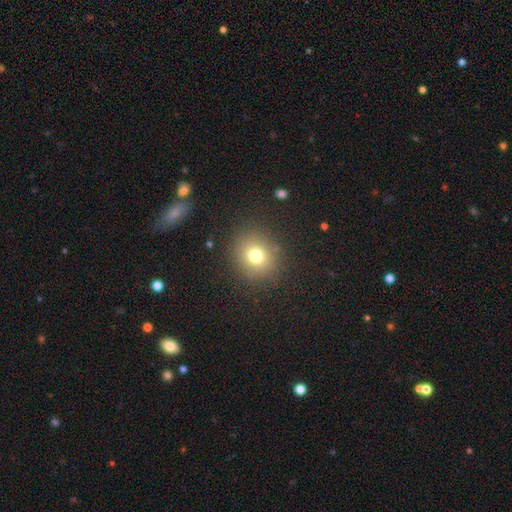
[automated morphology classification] smooth-or-featured: smooth: 74% | star or artifact: 15% | featured or disk: 11%
  how-rounded: round: 83% | in between: 16% | cigar-shaped: 1%
  merging: none: 87% | minor disturbance: 8% | major disturbance: 4% | merger: 1%